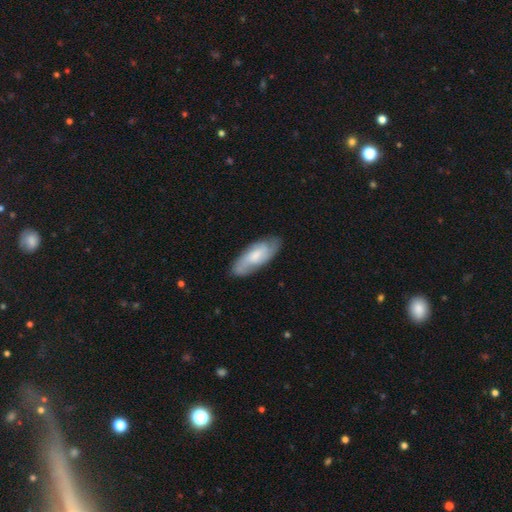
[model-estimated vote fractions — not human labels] A featured or disk galaxy (51%).

Vote fractions:
- Smooth or featured? featured or disk: 51% / smooth: 43% / star or artifact: 6%
- Edge-on disk? no: 85% / yes: 15%
- Merging? none: 78% / minor disturbance: 17% / major disturbance: 4% / merger: 1%